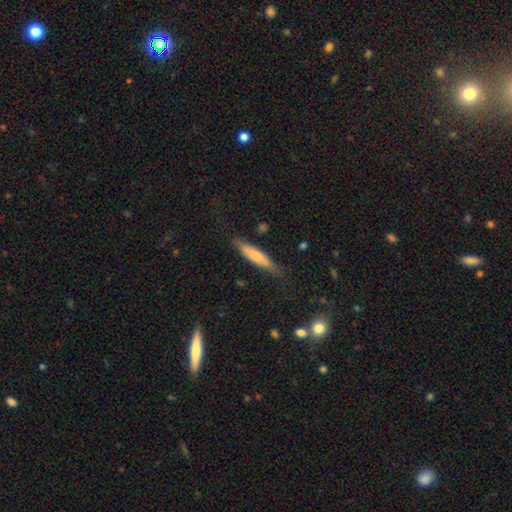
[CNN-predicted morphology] smooth_or_featured: smooth (p=0.66) [alt: featured or disk p=0.28]
how_rounded: cigar-shaped (p=0.79) [alt: in between p=0.20]
merging: none (p=0.76) [alt: minor disturbance p=0.18]